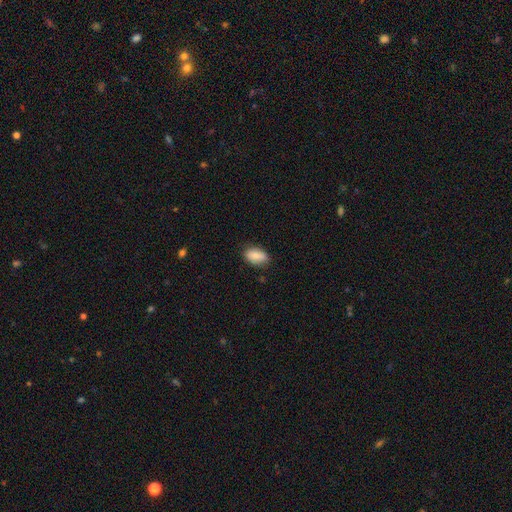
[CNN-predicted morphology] Q: Smooth or featured?
A: smooth (80%); runner-up: featured or disk (13%)
Q: How rounded?
A: in between (91%); runner-up: round (7%)
Q: Merging?
A: none (80%); runner-up: minor disturbance (16%)